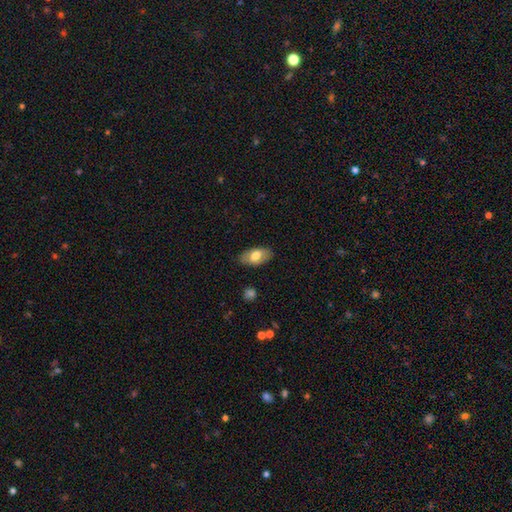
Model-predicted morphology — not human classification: Smooth or featured? smooth (69%)
How rounded? in between (93%)
Merging? none (83%)